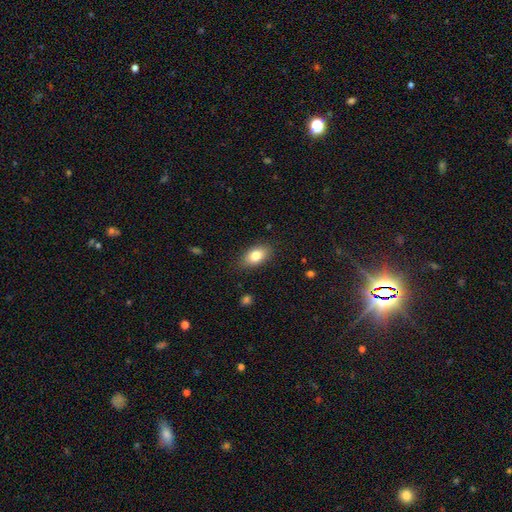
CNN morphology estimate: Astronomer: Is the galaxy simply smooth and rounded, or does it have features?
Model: smooth — 81%.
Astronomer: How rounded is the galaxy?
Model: in between — 89%.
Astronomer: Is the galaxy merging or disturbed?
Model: none — 84%.